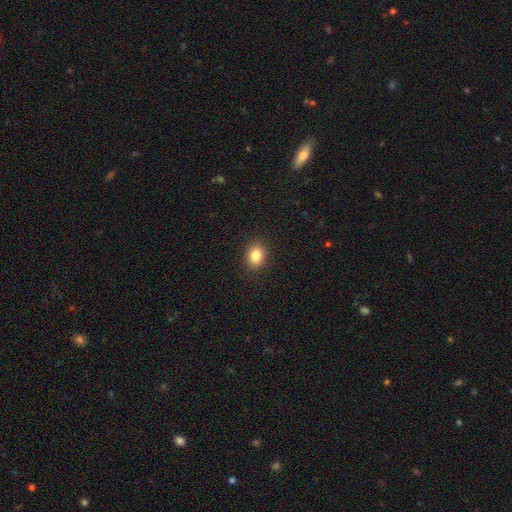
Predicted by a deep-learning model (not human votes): smooth-or-featured: smooth: 85% | star or artifact: 10% | featured or disk: 6%
  how-rounded: in between: 62% | round: 37% | cigar-shaped: 1%
  merging: none: 90% | minor disturbance: 7% | major disturbance: 2% | merger: 1%